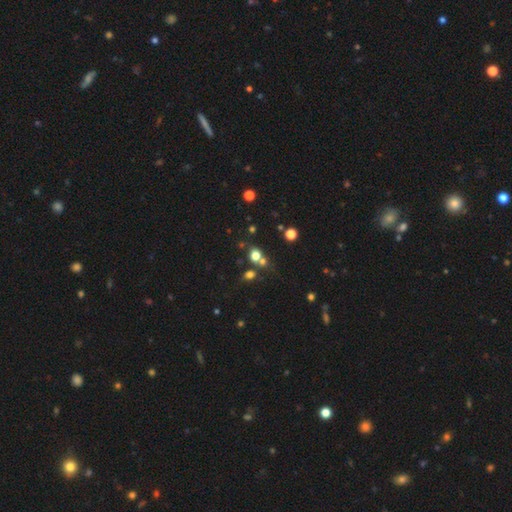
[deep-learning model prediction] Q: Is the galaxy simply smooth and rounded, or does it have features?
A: smooth — 70%.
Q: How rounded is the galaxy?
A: round — 74%.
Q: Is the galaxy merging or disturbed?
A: none — 54%.